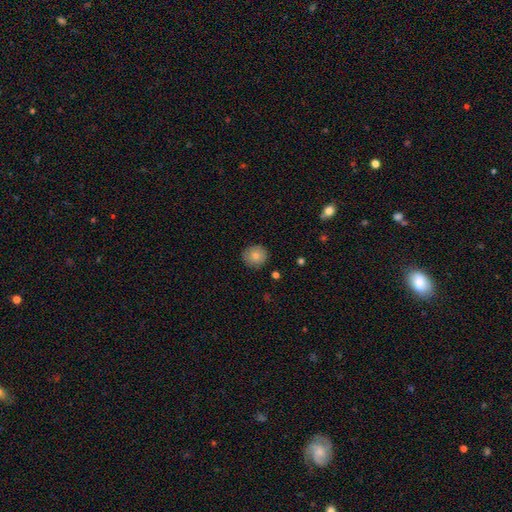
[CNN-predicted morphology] Smooth or featured?
  - smooth: 81% *
  - featured or disk: 11%
  - star or artifact: 8%
How rounded?
  - round: 90% *
  - in between: 9%
  - cigar-shaped: 1%
Merging?
  - none: 88% *
  - minor disturbance: 9%
  - major disturbance: 2%
  - merger: 1%